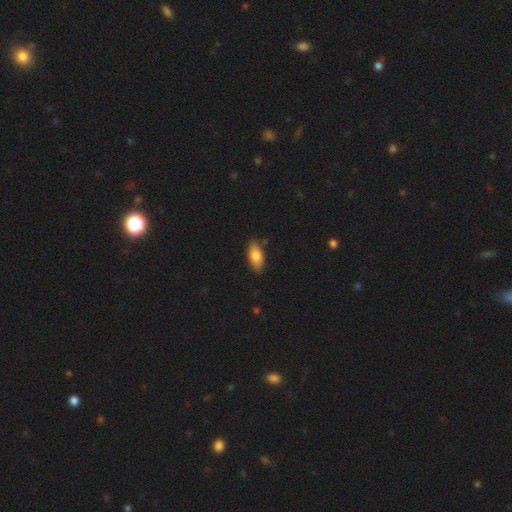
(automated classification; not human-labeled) Smooth or featured?
  - smooth: 80% *
  - featured or disk: 14%
  - star or artifact: 6%
How rounded?
  - in between: 86% *
  - cigar-shaped: 11%
  - round: 3%
Merging?
  - none: 85% *
  - minor disturbance: 12%
  - major disturbance: 2%
  - merger: 2%